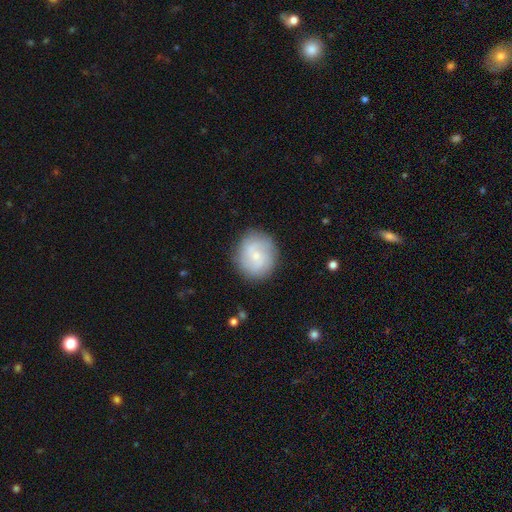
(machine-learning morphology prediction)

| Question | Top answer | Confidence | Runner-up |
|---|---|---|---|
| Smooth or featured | featured or disk | 52% | smooth (41%) |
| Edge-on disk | no | 97% | yes (3%) |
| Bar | no | 64% | weak (31%) |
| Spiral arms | yes | 84% | no (16%) |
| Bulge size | small | 76% | moderate (19%) |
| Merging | none | 83% | minor disturbance (11%) |